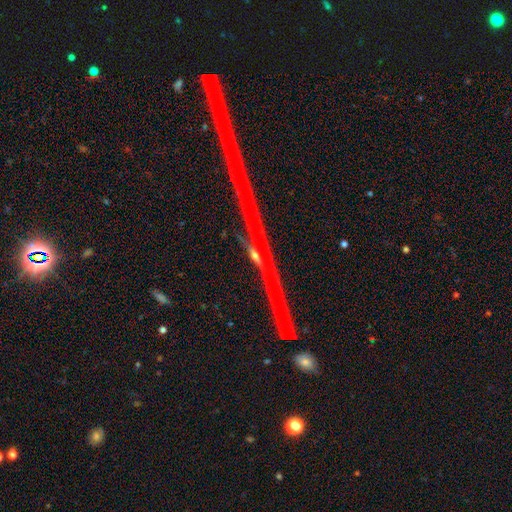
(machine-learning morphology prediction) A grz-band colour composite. It shows a star or artifact, not a galaxy (58%).